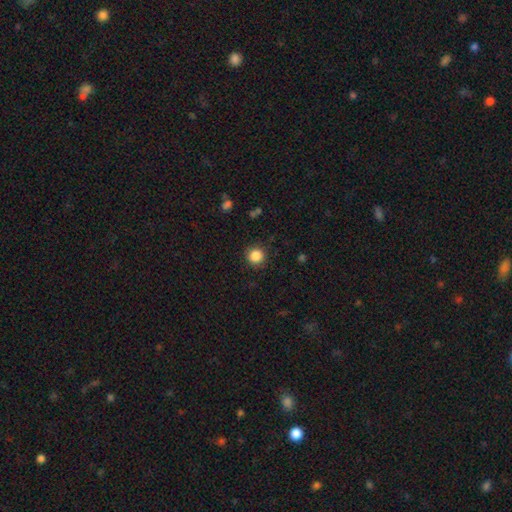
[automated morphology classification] smooth-or-featured: smooth: 86% | star or artifact: 11% | featured or disk: 3%
  how-rounded: round: 94% | in between: 5% | cigar-shaped: 1%
  merging: none: 90% | minor disturbance: 7% | major disturbance: 2% | merger: 1%